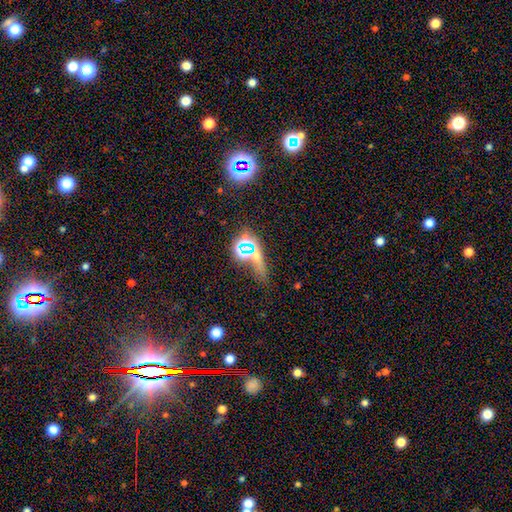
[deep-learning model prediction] Overall: star or artifact (52%; smooth 31%).